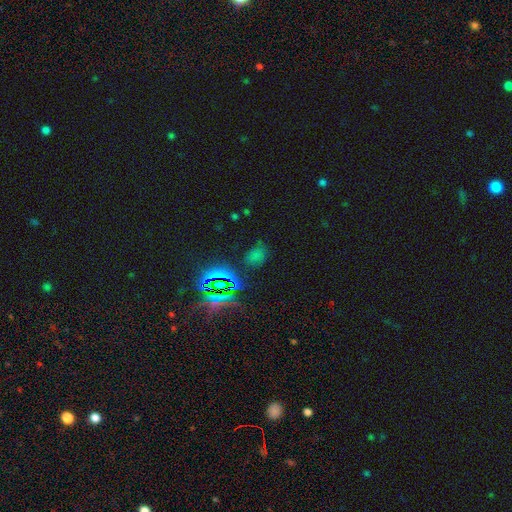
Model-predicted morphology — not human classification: smooth_or_featured: smooth (p=0.49) [alt: star or artifact p=0.43]
merging: none (p=0.68) [alt: minor disturbance p=0.20]